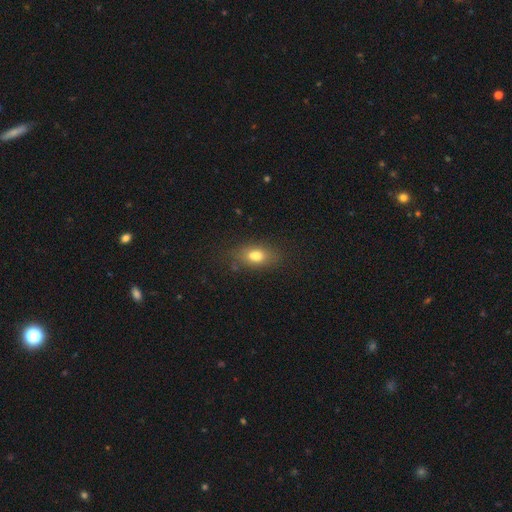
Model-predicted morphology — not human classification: type=smooth (75%); roundness=in between (80%); merging=none (70%).